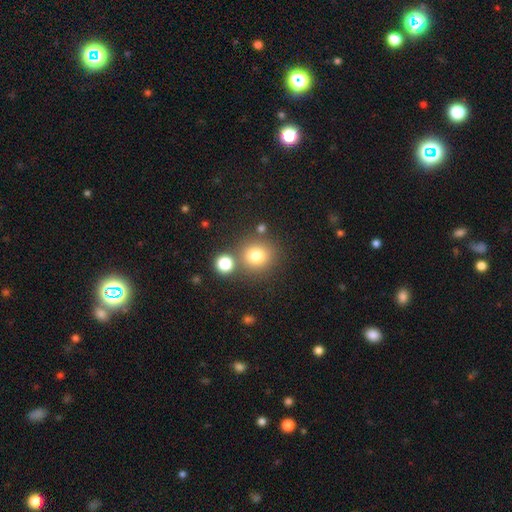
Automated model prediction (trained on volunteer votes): smooth 78%, star or artifact 13%, featured or disk 9%. Down the decision tree: how rounded — round (88%); merging — none (73%).